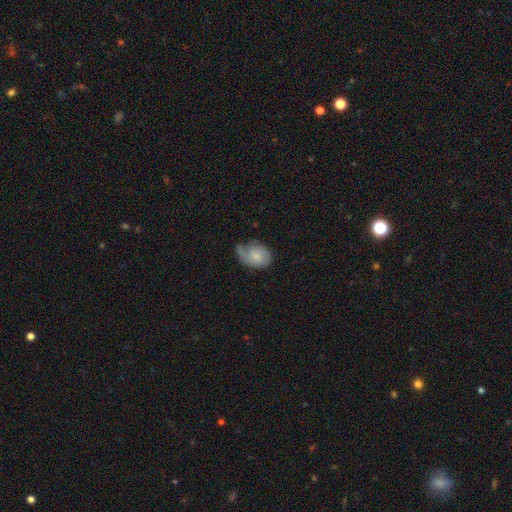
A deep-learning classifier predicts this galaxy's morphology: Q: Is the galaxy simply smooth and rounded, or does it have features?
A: smooth — 47%.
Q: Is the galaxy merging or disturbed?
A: none — 43%.